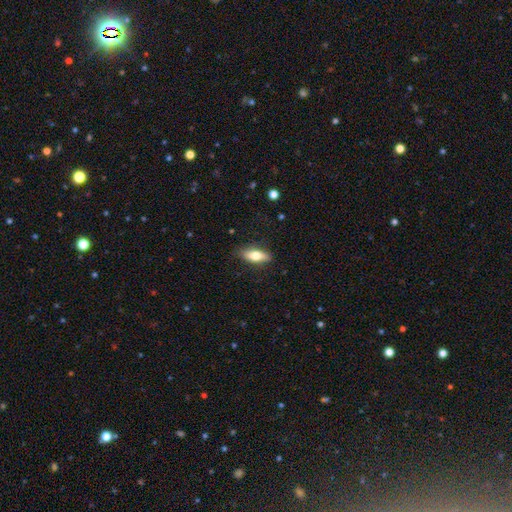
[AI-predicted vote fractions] Overall: smooth (70%). How rounded: in between (68%; cigar-shaped 29%). Merging: none (83%).